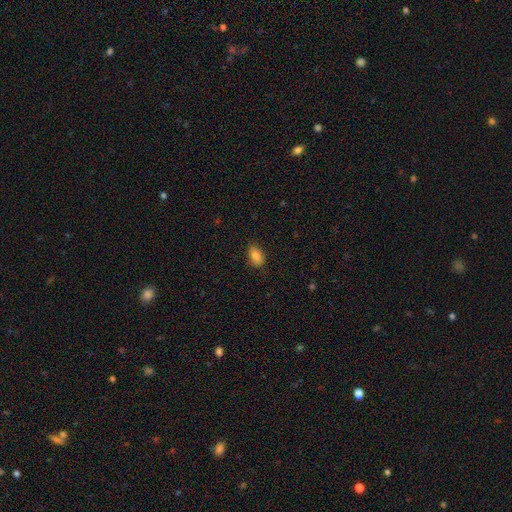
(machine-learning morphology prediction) This appears to be a smooth galaxy with no disk features (84%) that is in between round and cigar-shaped (90%). Merging: none (84%).